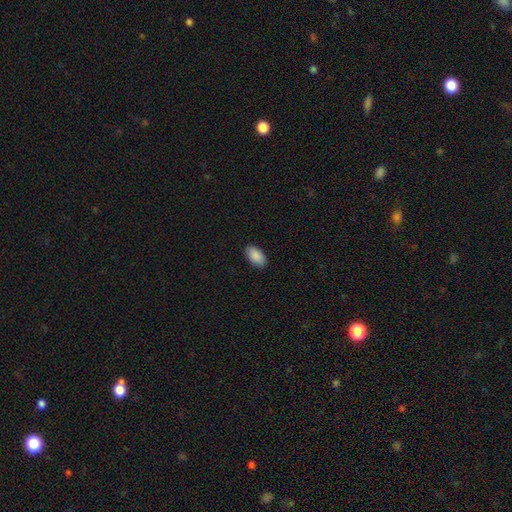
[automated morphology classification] Smooth or featured?
  - smooth: 90% *
  - star or artifact: 6%
  - featured or disk: 3%
How rounded?
  - in between: 95% *
  - round: 3%
  - cigar-shaped: 2%
Merging?
  - none: 89% *
  - minor disturbance: 8%
  - major disturbance: 2%
  - merger: 1%